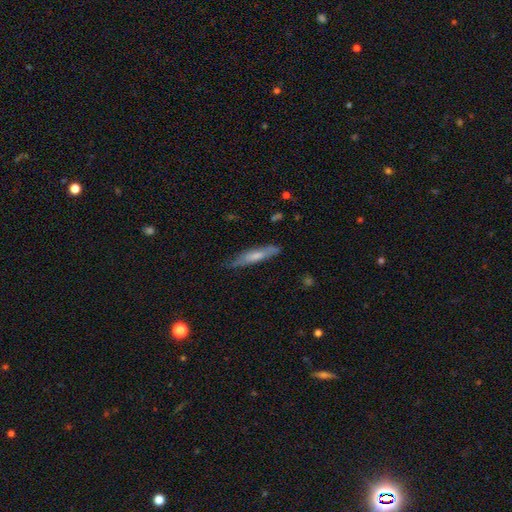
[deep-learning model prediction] smooth-or-featured: smooth: 57% | featured or disk: 37% | star or artifact: 6%
  how-rounded: cigar-shaped: 87% | in between: 12% | round: 1%
  merging: none: 73% | minor disturbance: 21% | major disturbance: 4% | merger: 2%